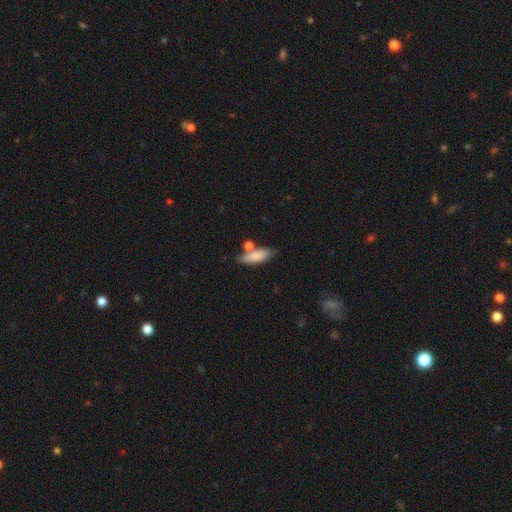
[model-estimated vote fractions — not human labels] smooth-or-featured: smooth: 81% | featured or disk: 12% | star or artifact: 7%
  how-rounded: in between: 65% | cigar-shaped: 32% | round: 3%
  merging: none: 59% | merger: 19% | minor disturbance: 17% | major disturbance: 5%